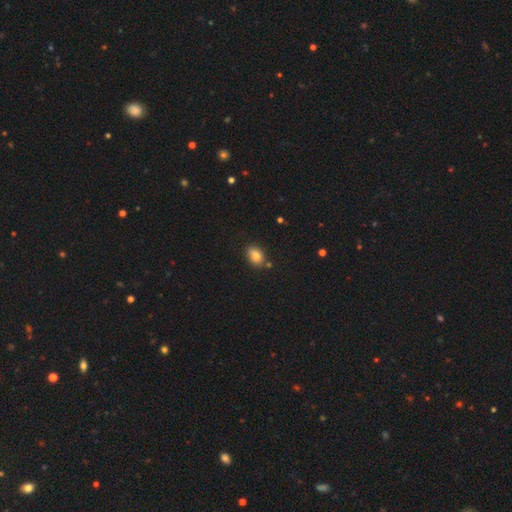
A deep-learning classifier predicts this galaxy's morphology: Q: Smooth or featured?
A: smooth (82%); runner-up: star or artifact (10%)
Q: How rounded?
A: in between (77%); runner-up: round (22%)
Q: Merging?
A: none (78%); runner-up: minor disturbance (14%)